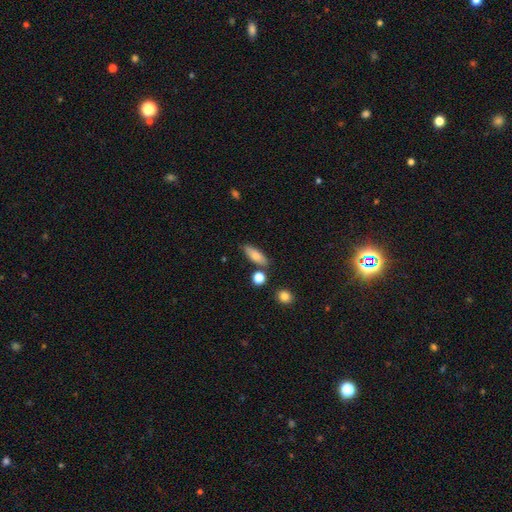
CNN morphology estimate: Q: Smooth or featured?
A: smooth (77%); runner-up: featured or disk (15%)
Q: How rounded?
A: in between (63%); runner-up: cigar-shaped (33%)
Q: Merging?
A: none (77%); runner-up: minor disturbance (13%)